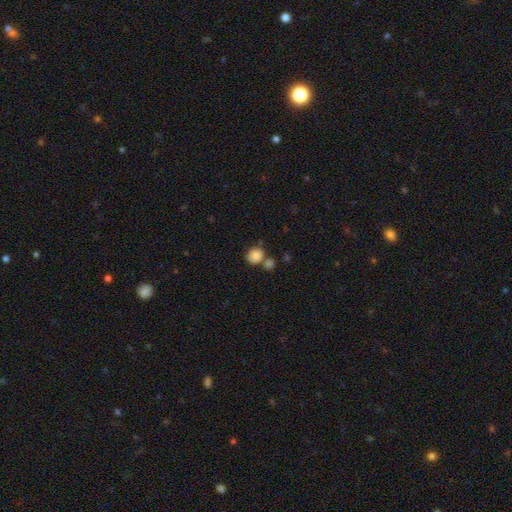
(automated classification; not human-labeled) Q: Smooth or featured?
A: smooth (86%); runner-up: star or artifact (9%)
Q: How rounded?
A: round (79%); runner-up: in between (20%)
Q: Merging?
A: none (57%); runner-up: merger (28%)